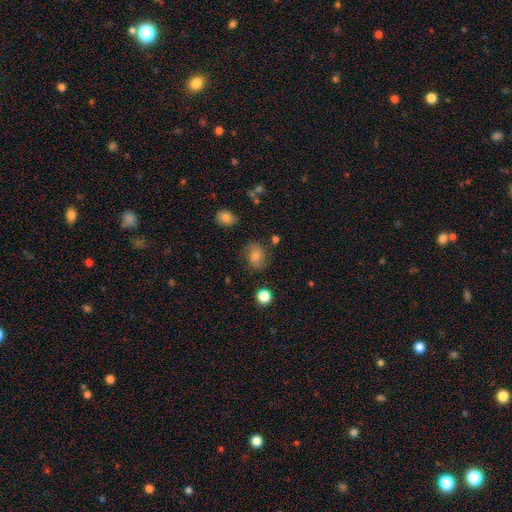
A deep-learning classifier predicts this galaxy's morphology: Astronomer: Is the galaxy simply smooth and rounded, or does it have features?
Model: smooth — 69%.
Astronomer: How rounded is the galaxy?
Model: round — 57% (runner-up: in between, 42%).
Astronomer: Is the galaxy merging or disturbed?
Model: none — 73%.